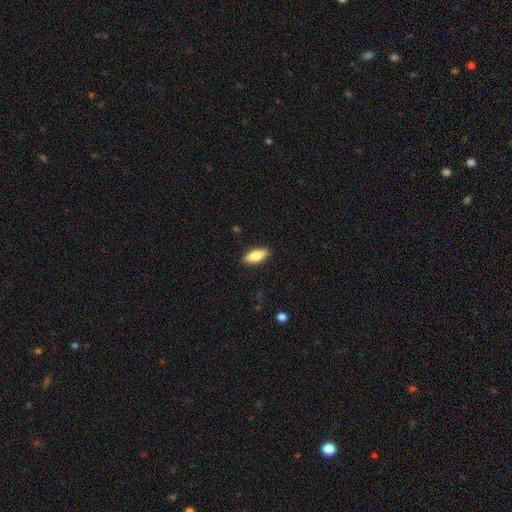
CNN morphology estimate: smooth-or-featured: smooth: 78% | featured or disk: 16% | star or artifact: 6%
  how-rounded: in between: 81% | cigar-shaped: 17% | round: 2%
  merging: none: 89% | minor disturbance: 8% | major disturbance: 2% | merger: 1%